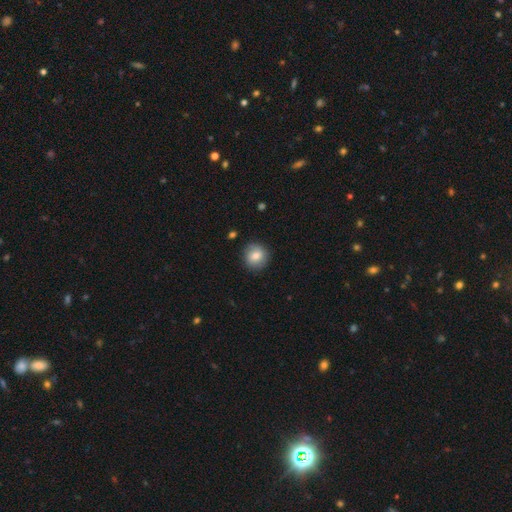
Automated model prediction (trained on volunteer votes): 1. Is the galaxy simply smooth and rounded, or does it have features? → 78% smooth, 13% featured or disk, 8% star or artifact.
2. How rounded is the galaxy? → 91% round, 8% in between, 1% cigar-shaped.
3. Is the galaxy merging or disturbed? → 87% none, 10% minor disturbance, 2% major disturbance, 1% merger.